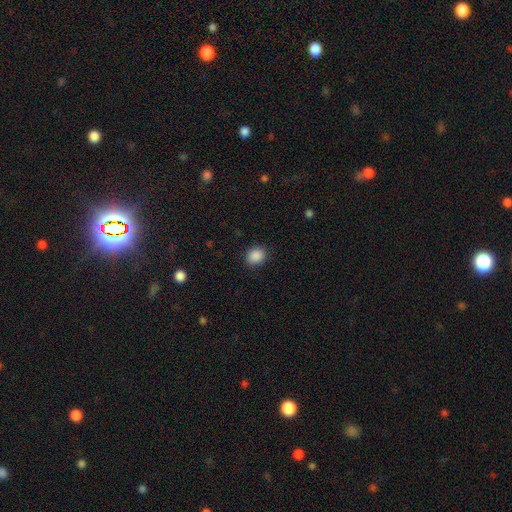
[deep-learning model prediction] Overall: smooth (88%). How rounded: round (61%; in between 38%). Merging: none (88%).